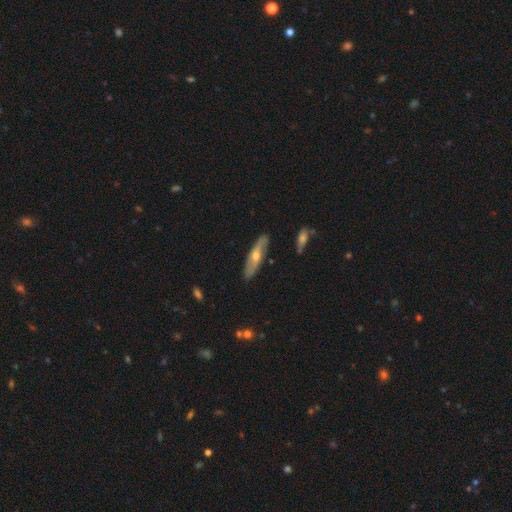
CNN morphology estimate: The model was most divided on "smooth or featured": featured or disk: 55%, smooth: 39%, star or artifact: 7%. More confident: merging — none (85%); edge-on disk — yes (59%).